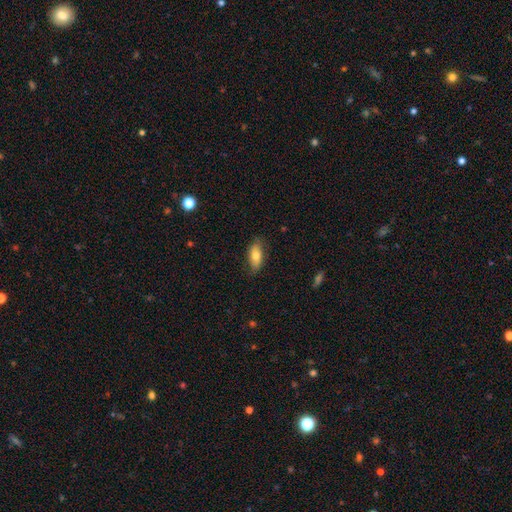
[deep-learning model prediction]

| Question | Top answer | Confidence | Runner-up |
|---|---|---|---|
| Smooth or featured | smooth | 74% | featured or disk (20%) |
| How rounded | in between | 84% | cigar-shaped (13%) |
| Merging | none | 78% | minor disturbance (17%) |